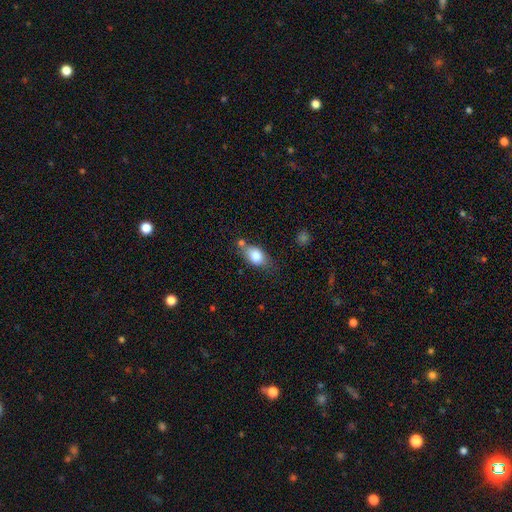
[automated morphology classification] Smooth or featured: smooth — 78% (featured or disk — 14%)
How rounded: in between — 82% (round — 12%)
Merging: none — 53% (minor disturbance — 23%)